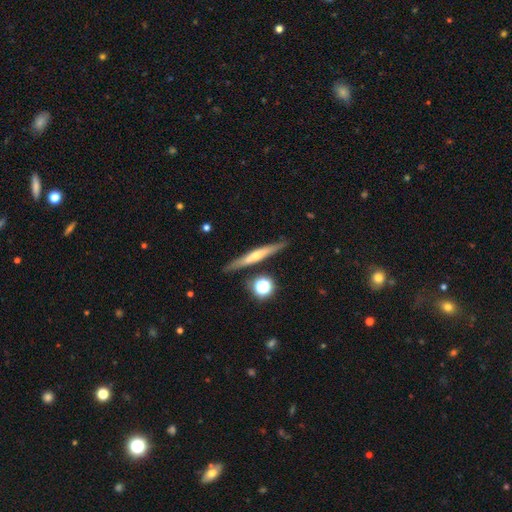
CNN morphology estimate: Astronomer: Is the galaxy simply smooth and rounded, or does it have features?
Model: featured or disk — 60%.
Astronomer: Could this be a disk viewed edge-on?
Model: yes — 94%.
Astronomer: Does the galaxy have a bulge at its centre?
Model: rounded — 65%.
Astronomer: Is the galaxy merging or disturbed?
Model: none — 86%.